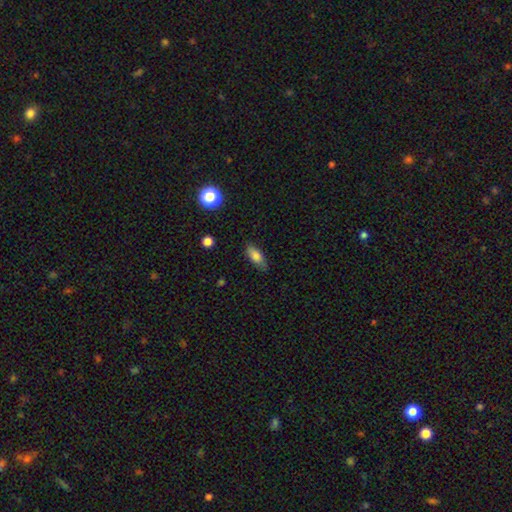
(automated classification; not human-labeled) Smooth or featured: smooth — 77% (featured or disk — 15%)
How rounded: in between — 77% (cigar-shaped — 19%)
Merging: none — 77% (minor disturbance — 18%)